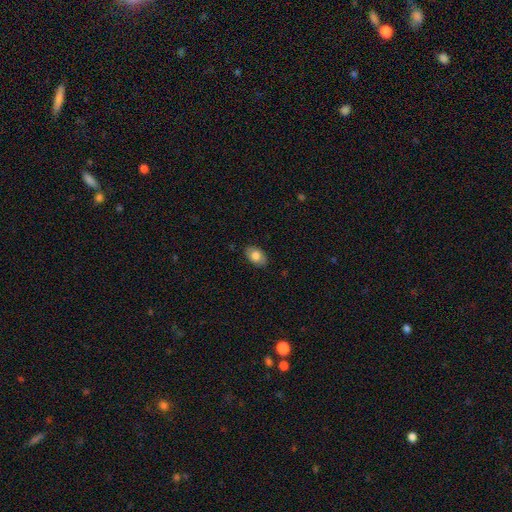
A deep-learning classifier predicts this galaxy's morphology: smooth-or-featured: smooth: 78% | featured or disk: 15% | star or artifact: 7%
  how-rounded: in between: 88% | round: 11% | cigar-shaped: 1%
  merging: none: 86% | minor disturbance: 11% | major disturbance: 2% | merger: 1%